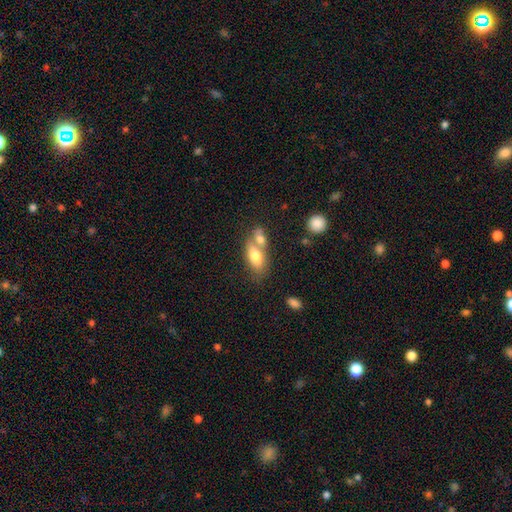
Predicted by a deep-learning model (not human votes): Smooth or featured? Predicted: smooth (p=0.73). How rounded? Predicted: in between (p=0.82). Merging? Predicted: merger (p=0.52).